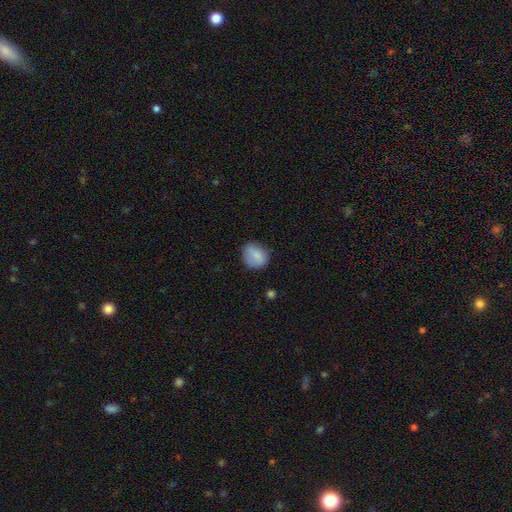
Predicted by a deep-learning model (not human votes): Smooth or featured: smooth — 83% (featured or disk — 9%)
How rounded: round — 67% (in between — 32%)
Merging: none — 74% (minor disturbance — 20%)